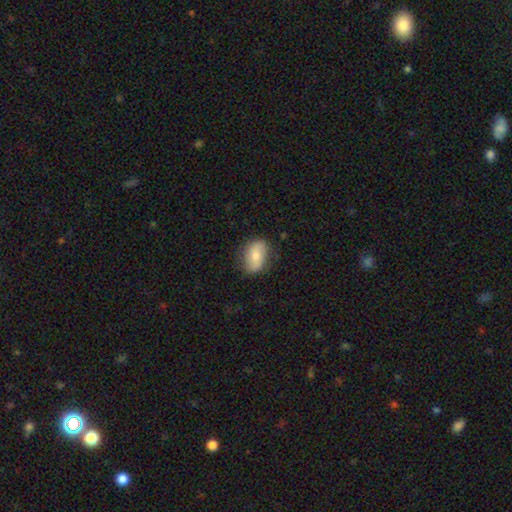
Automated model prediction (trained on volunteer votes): Smooth or featured? Predicted: smooth (p=0.58). How rounded? Predicted: in between (p=0.83). Merging? Predicted: none (p=0.75).